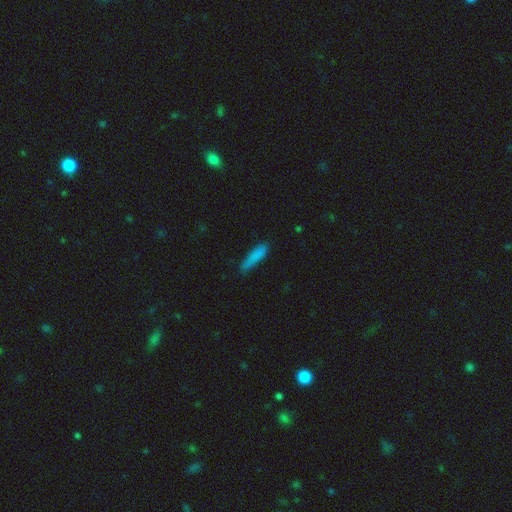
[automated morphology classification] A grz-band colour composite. It shows a smooth galaxy with no disk features (84%) that is cigar-shaped (81%). Merging: none (72%).